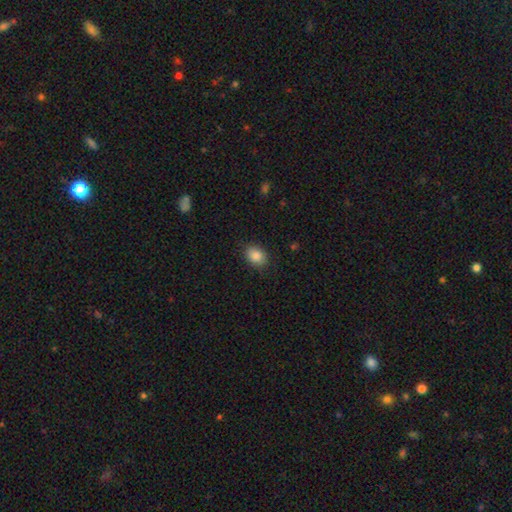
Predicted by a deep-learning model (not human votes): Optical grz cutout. It shows a smooth galaxy with no disk features (87%) that is in between round and cigar-shaped (66%). Merging: none (85%).